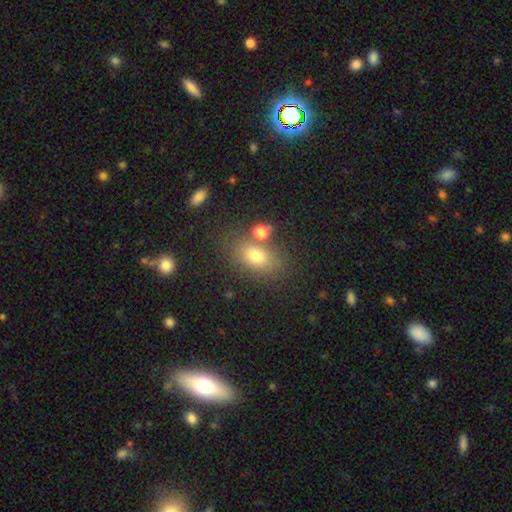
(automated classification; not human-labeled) The model was most divided on "merging": none: 66%, merger: 15%, minor disturbance: 14%, major disturbance: 6%. More confident: how rounded — in between (78%); smooth or featured — smooth (76%).